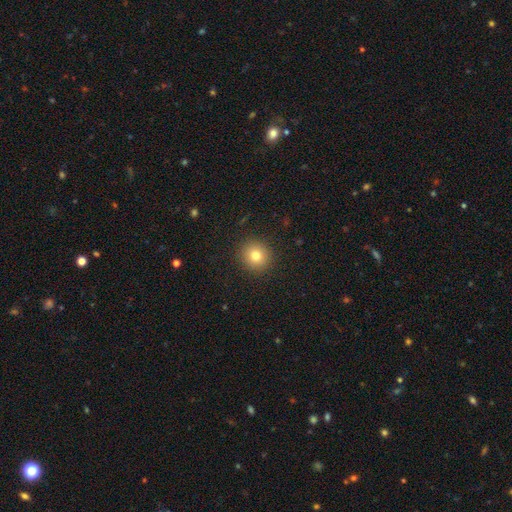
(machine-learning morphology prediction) smooth 79%, star or artifact 12%, featured or disk 9%. Down the decision tree: how rounded — round (92%); merging — none (91%).